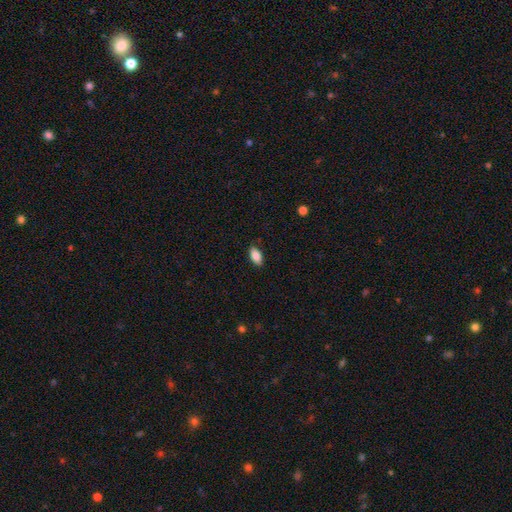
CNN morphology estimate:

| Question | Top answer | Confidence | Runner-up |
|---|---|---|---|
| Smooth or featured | smooth | 86% | star or artifact (7%) |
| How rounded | in between | 91% | cigar-shaped (6%) |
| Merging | none | 88% | minor disturbance (9%) |